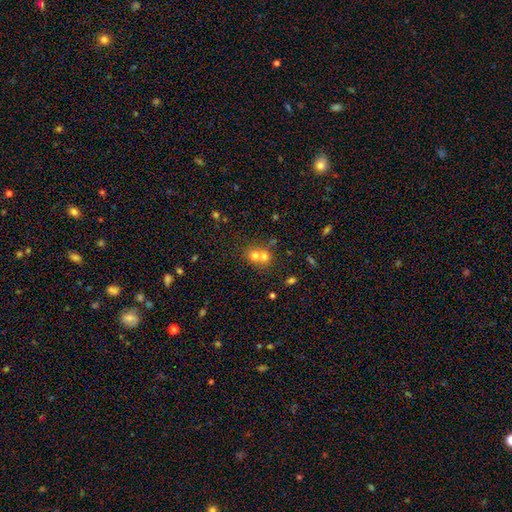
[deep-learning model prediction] A smooth galaxy with no disk features (67%) that is round (79%).

Vote fractions:
- Smooth or featured? smooth: 67% / featured or disk: 17% / star or artifact: 16%
- How rounded? round: 79% / in between: 20% / cigar-shaped: 1%
- Merging? merger: 61% / none: 32% / minor disturbance: 5% / major disturbance: 2%